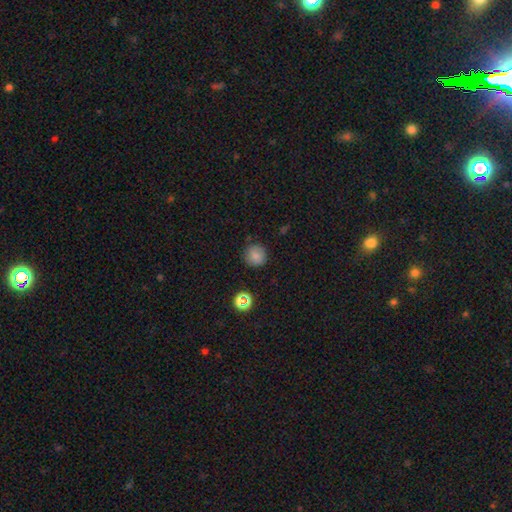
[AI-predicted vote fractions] smooth-or-featured: smooth: 80% | star or artifact: 13% | featured or disk: 7%
  how-rounded: round: 93% | in between: 6% | cigar-shaped: 1%
  merging: none: 85% | minor disturbance: 10% | major disturbance: 3% | merger: 2%